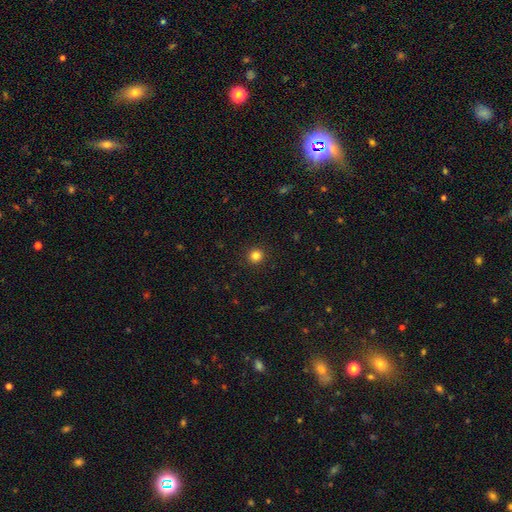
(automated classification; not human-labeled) smooth_or_featured: smooth (p=0.83) [alt: star or artifact p=0.13]
how_rounded: round (p=0.93) [alt: in between p=0.06]
merging: none (p=0.92) [alt: minor disturbance p=0.05]